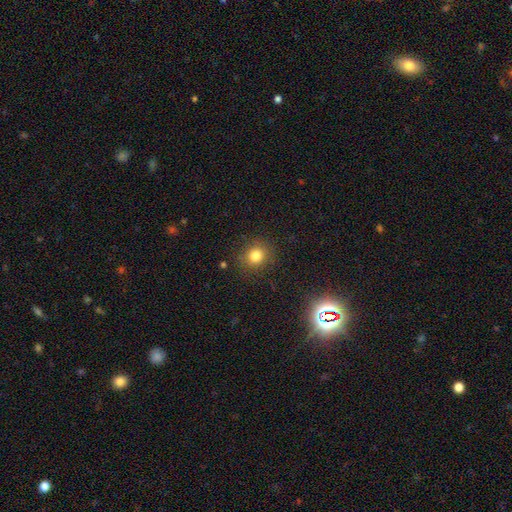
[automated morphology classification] Overall: smooth (81%). How rounded: round (85%). Merging: none (87%).